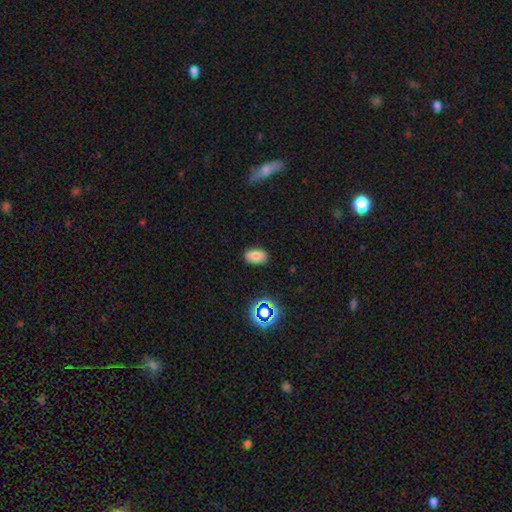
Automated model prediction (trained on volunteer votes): Smooth or featured: smooth — 78% (star or artifact — 14%)
How rounded: in between — 89% (round — 8%)
Merging: none — 85% (minor disturbance — 11%)